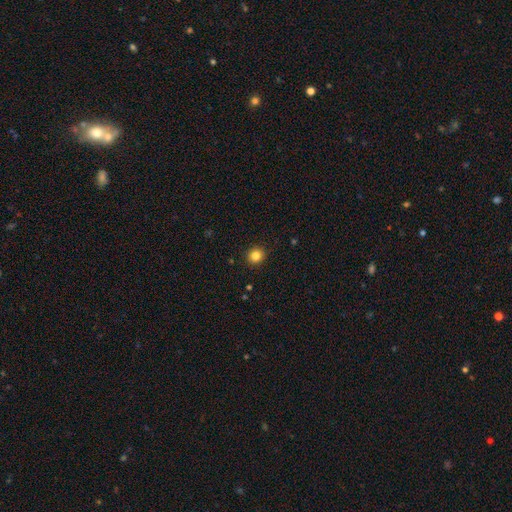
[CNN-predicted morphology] smooth_or_featured: smooth (p=0.84) [alt: star or artifact p=0.12]
how_rounded: round (p=0.87) [alt: in between p=0.12]
merging: none (p=0.91) [alt: minor disturbance p=0.06]